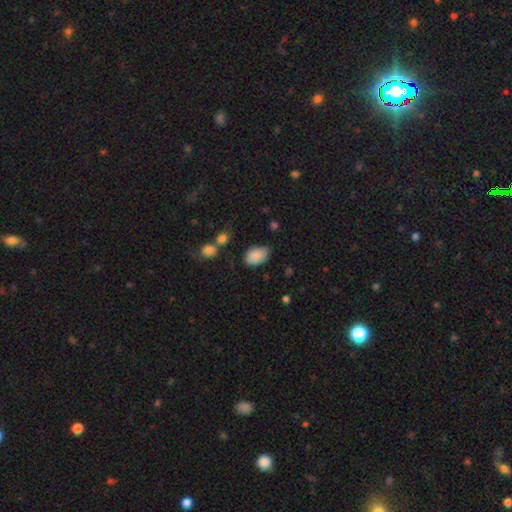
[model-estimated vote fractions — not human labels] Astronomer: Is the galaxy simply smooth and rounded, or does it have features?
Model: smooth — 87%.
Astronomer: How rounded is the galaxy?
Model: in between — 87%.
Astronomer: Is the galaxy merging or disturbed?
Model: none — 68%.